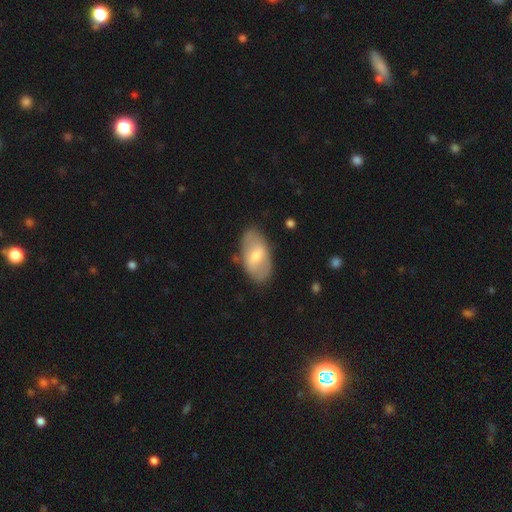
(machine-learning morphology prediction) Smooth or featured? smooth (52%)
How rounded? in between (93%)
Merging? none (78%)